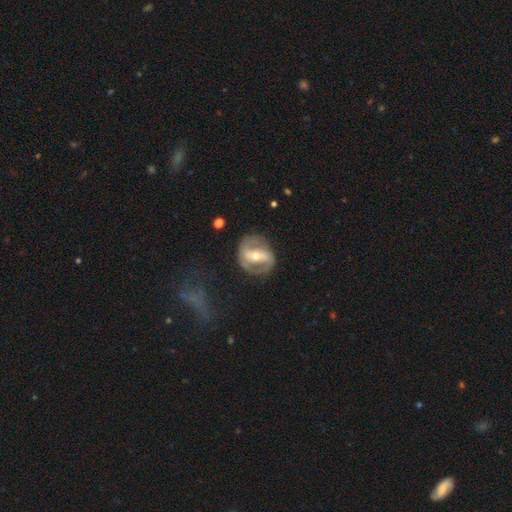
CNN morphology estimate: Smooth or featured? Predicted: featured or disk (p=0.80). Edge-on disk? Predicted: no (p=0.96). Bar? Predicted: strong (p=0.52). Spiral arms? Predicted: yes (p=0.79). Spiral winding? Predicted: medium (p=0.45). Spiral arm count? Predicted: 2 (p=0.84). Bulge size? Predicted: moderate (p=0.57). Merging? Predicted: none (p=0.76).